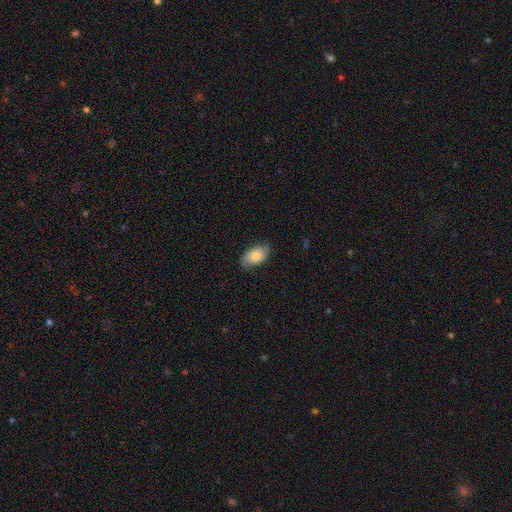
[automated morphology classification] smooth-or-featured: smooth: 67% | featured or disk: 26% | star or artifact: 7%
  how-rounded: in between: 91% | round: 8% | cigar-shaped: 2%
  merging: none: 73% | minor disturbance: 21% | major disturbance: 5% | merger: 1%